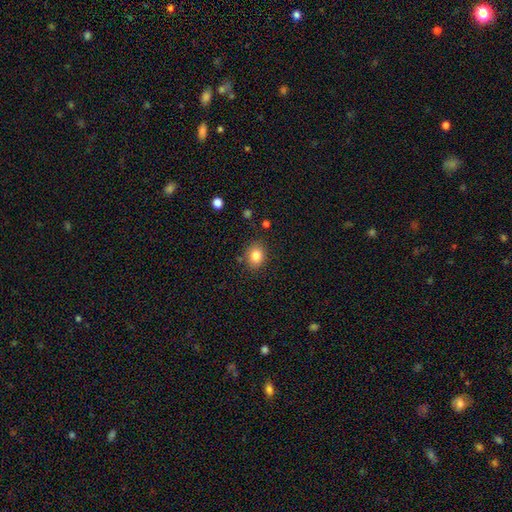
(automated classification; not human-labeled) Smooth or featured: smooth — 82% (star or artifact — 10%)
How rounded: round — 54% (in between — 45%)
Merging: none — 84% (minor disturbance — 11%)